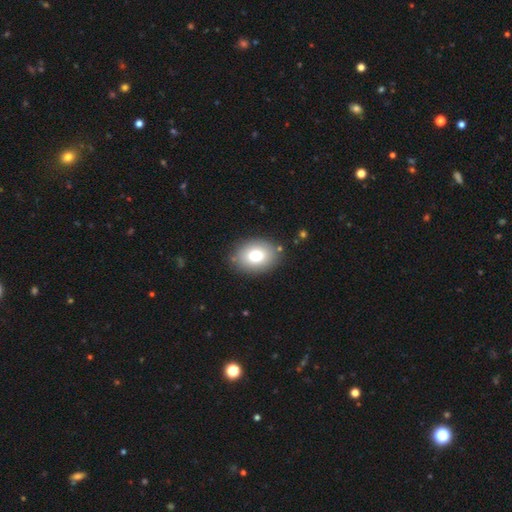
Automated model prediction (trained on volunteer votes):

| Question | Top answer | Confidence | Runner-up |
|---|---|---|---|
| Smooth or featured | smooth | 81% | featured or disk (11%) |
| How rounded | in between | 74% | round (25%) |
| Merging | none | 84% | minor disturbance (11%) |